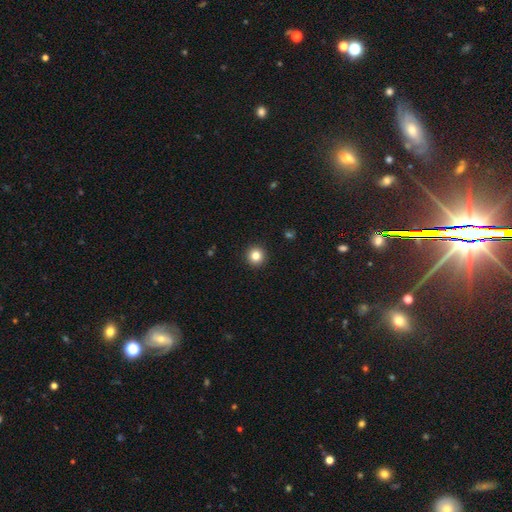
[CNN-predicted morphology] Q: Smooth or featured?
A: smooth (83%); runner-up: star or artifact (11%)
Q: How rounded?
A: round (96%); runner-up: in between (3%)
Q: Merging?
A: none (94%); runner-up: minor disturbance (4%)